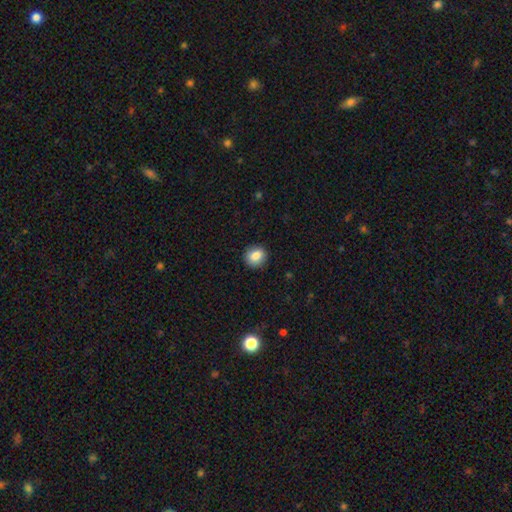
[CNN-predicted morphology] smooth-or-featured: smooth: 85% | star or artifact: 9% | featured or disk: 6%
  how-rounded: round: 83% | in between: 16% | cigar-shaped: 1%
  merging: none: 90% | minor disturbance: 7% | major disturbance: 2% | merger: 1%